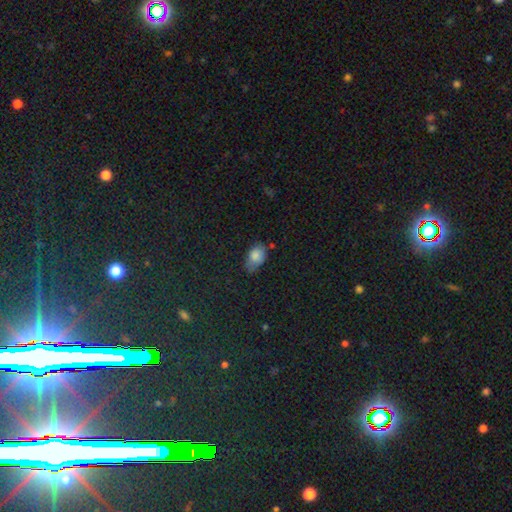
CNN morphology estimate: This is clearly a smooth galaxy (81%). How rounded: clearly in between (85%). Merging: possibly none (57%).